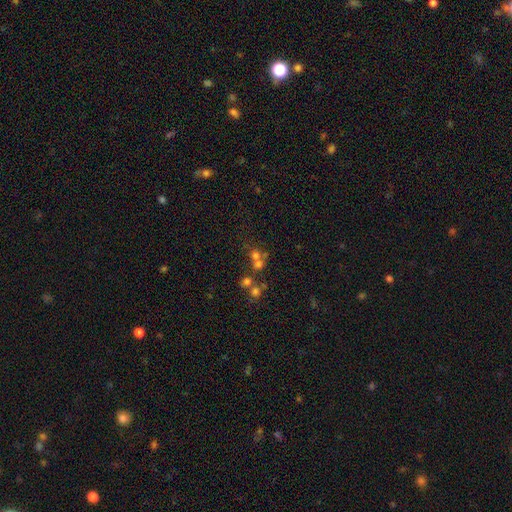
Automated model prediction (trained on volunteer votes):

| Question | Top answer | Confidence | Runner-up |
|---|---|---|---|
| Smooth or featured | smooth | 57% | star or artifact (24%) |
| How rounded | round | 83% | in between (16%) |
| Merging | none | 44% | merger (43%) |